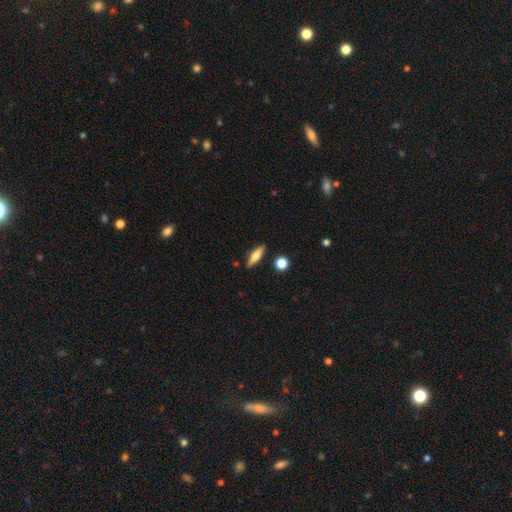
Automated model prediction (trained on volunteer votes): A smooth galaxy with no disk features (58%) that is cigar-shaped (65%).

Vote fractions:
- Smooth or featured? smooth: 58% / featured or disk: 35% / star or artifact: 7%
- How rounded? cigar-shaped: 65% / in between: 31% / round: 4%
- Merging? none: 87% / minor disturbance: 8% / merger: 3% / major disturbance: 2%